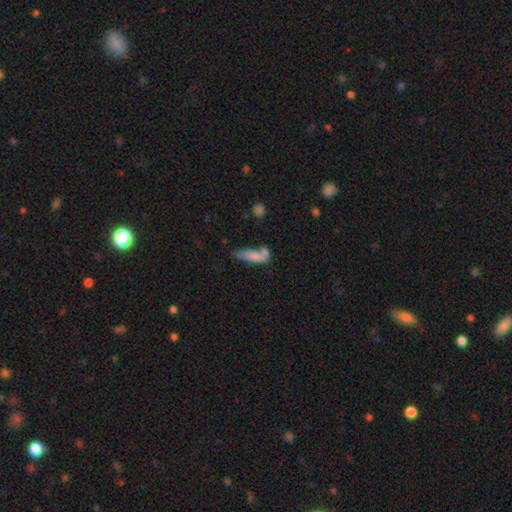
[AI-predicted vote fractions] A smooth galaxy with no disk features (71%) that is in between round and cigar-shaped (50%).

Vote fractions:
- Smooth or featured? smooth: 71% / featured or disk: 20% / star or artifact: 9%
- How rounded? in between: 50% / cigar-shaped: 47% / round: 3%
- Merging? none: 36% / merger: 34% / minor disturbance: 19% / major disturbance: 11%